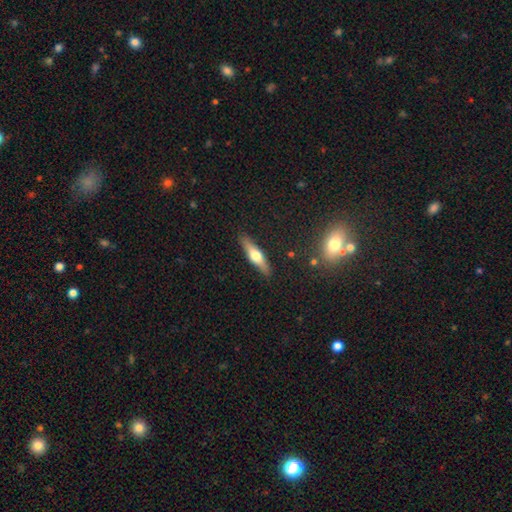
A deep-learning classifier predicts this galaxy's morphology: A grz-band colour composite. It shows a featured or disk galaxy (49%). Merging: none (89%).